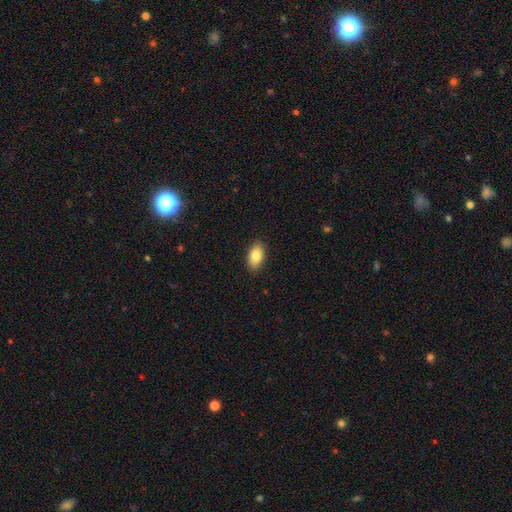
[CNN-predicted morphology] Smooth or featured? Predicted: smooth (p=0.84). How rounded? Predicted: in between (p=0.92). Merging? Predicted: none (p=0.89).